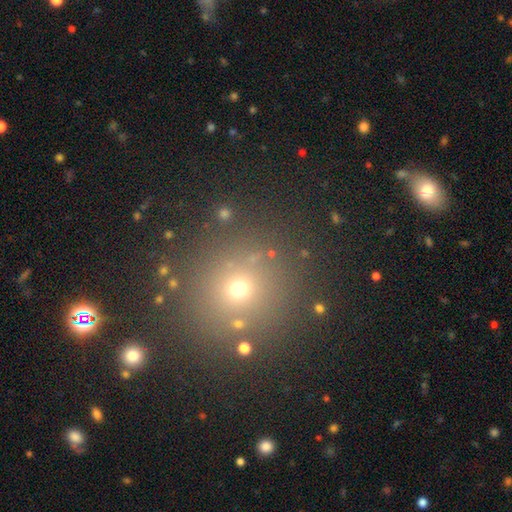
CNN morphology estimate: The model was most divided on "smooth or featured": smooth: 55%, star or artifact: 35%, featured or disk: 10%. More confident: how rounded — round (93%); merging — none (86%).